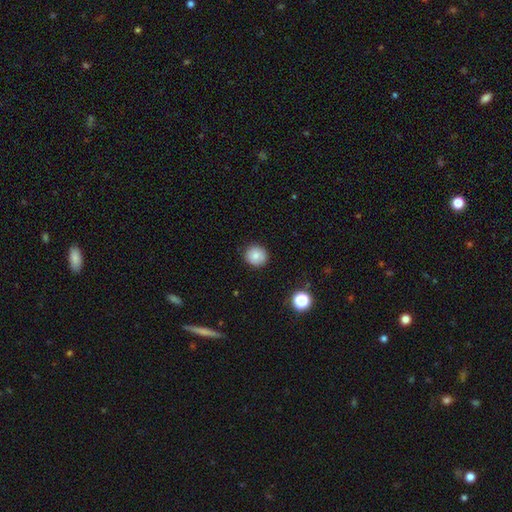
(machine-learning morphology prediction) Smooth or featured?
  - smooth: 83% *
  - star or artifact: 10%
  - featured or disk: 7%
How rounded?
  - round: 89% *
  - in between: 10%
  - cigar-shaped: 1%
Merging?
  - none: 89% *
  - minor disturbance: 8%
  - major disturbance: 2%
  - merger: 1%